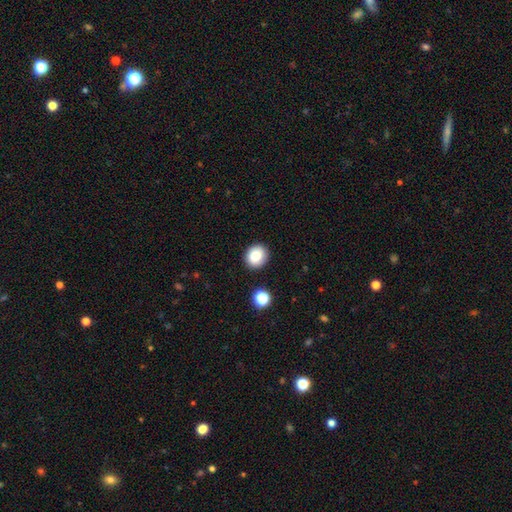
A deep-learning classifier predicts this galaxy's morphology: Smooth or featured: smooth — 81% (star or artifact — 10%)
How rounded: round — 79% (in between — 20%)
Merging: none — 87% (minor disturbance — 8%)